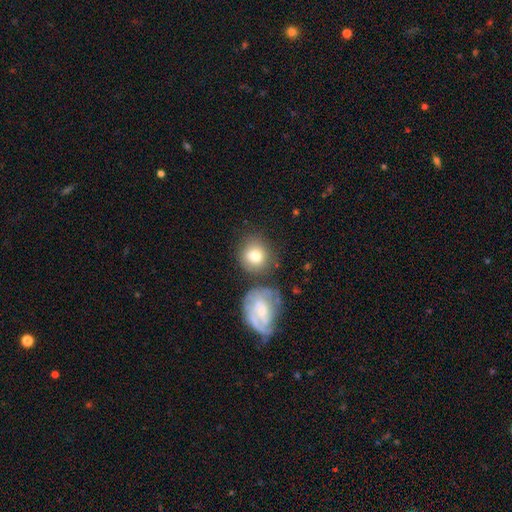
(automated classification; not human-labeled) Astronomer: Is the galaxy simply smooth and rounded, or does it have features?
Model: smooth — 74%.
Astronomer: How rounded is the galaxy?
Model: round — 83%.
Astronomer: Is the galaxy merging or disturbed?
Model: none — 63%.